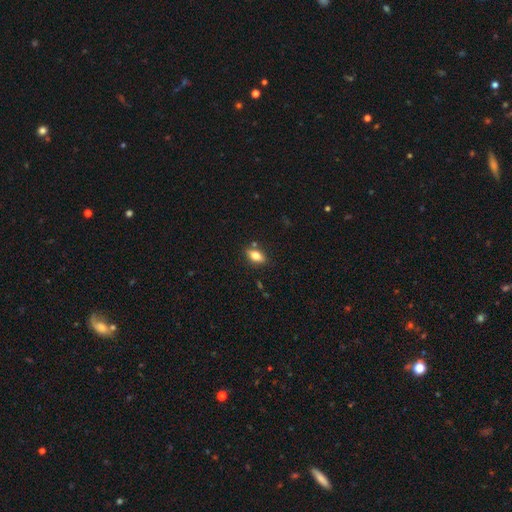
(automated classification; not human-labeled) Smooth or featured?
  - smooth: 77% *
  - featured or disk: 14%
  - star or artifact: 8%
How rounded?
  - in between: 87% *
  - round: 7%
  - cigar-shaped: 7%
Merging?
  - none: 81% *
  - minor disturbance: 12%
  - merger: 5%
  - major disturbance: 3%